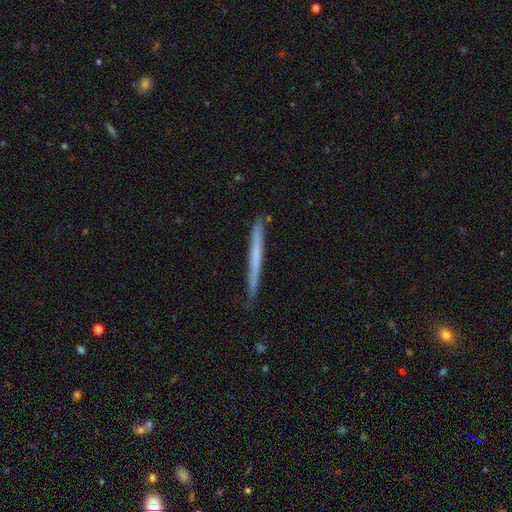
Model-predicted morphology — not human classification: A smooth galaxy with no disk features (50%) that is cigar-shaped (97%).

Vote fractions:
- Smooth or featured? smooth: 50% / featured or disk: 44% / star or artifact: 6%
- How rounded? cigar-shaped: 97% / in between: 1% / round: 1%
- Merging? none: 86% / minor disturbance: 11% / major disturbance: 2% / merger: 1%